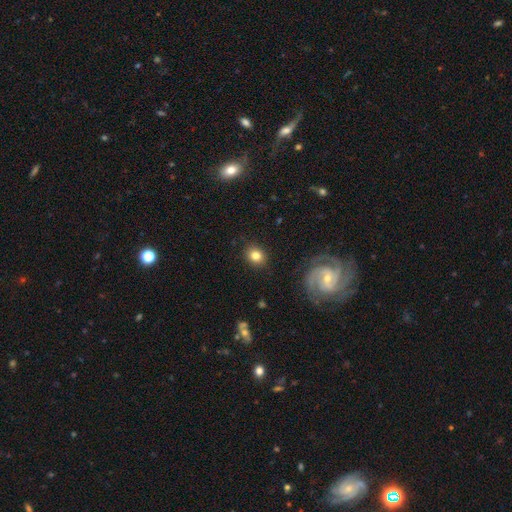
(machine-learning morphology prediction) smooth-or-featured: smooth: 81% | star or artifact: 10% | featured or disk: 9%
  how-rounded: round: 68% | in between: 31% | cigar-shaped: 1%
  merging: none: 88% | minor disturbance: 8% | major disturbance: 2% | merger: 1%